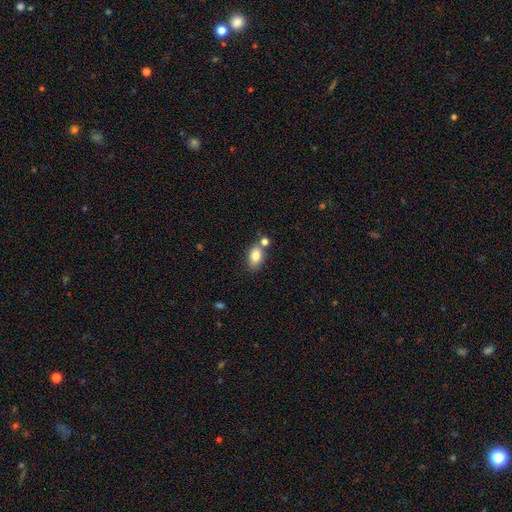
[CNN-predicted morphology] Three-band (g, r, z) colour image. It shows a smooth galaxy with no disk features (82%) that is in between round and cigar-shaped (87%). Merging: none (62%).